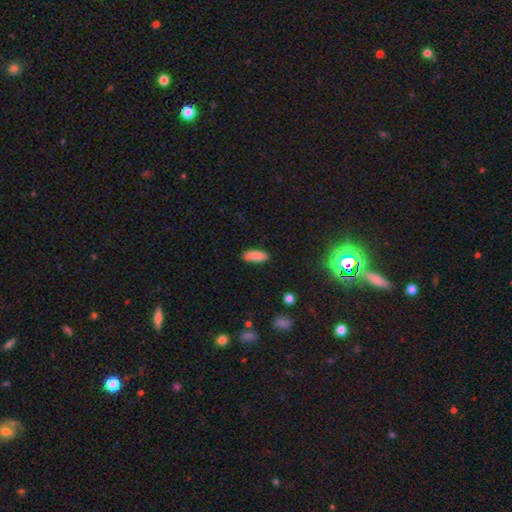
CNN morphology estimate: Smooth or featured: smooth — 87% (star or artifact — 7%)
How rounded: in between — 75% (cigar-shaped — 23%)
Merging: none — 86% (minor disturbance — 11%)